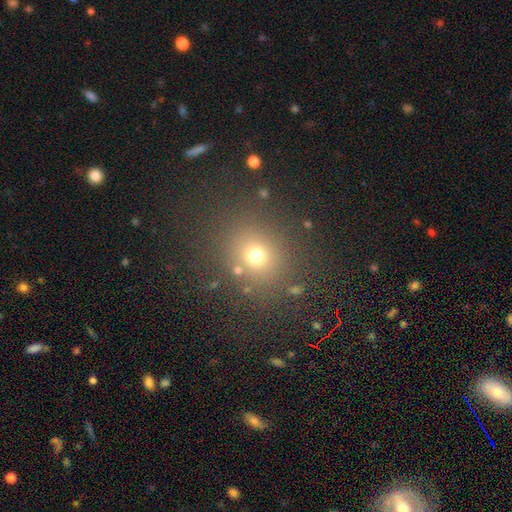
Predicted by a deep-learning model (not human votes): Smooth or featured?
  - smooth: 71% *
  - star or artifact: 21%
  - featured or disk: 8%
How rounded?
  - round: 79% *
  - in between: 20%
  - cigar-shaped: 1%
Merging?
  - none: 82% *
  - minor disturbance: 10%
  - major disturbance: 5%
  - merger: 4%